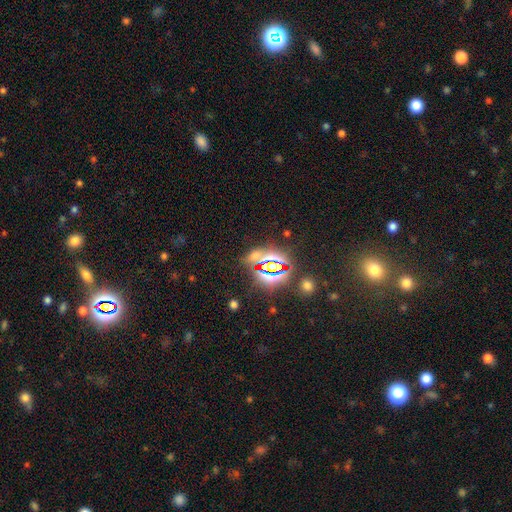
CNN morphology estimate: Smooth or featured? Predicted: star or artifact (p=0.70).